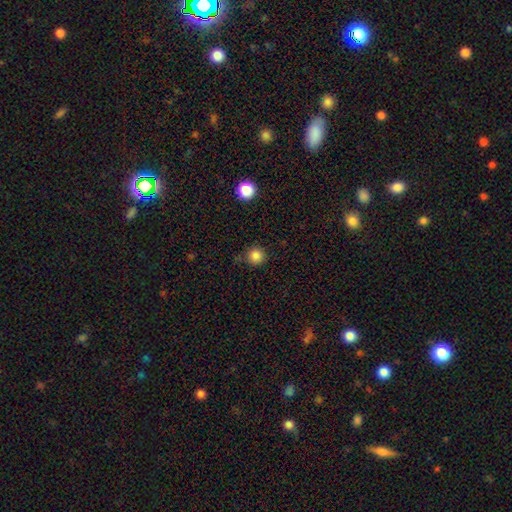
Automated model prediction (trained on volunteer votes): Smooth or featured: smooth — 85% (star or artifact — 12%)
How rounded: round — 95% (in between — 4%)
Merging: none — 85% (minor disturbance — 10%)